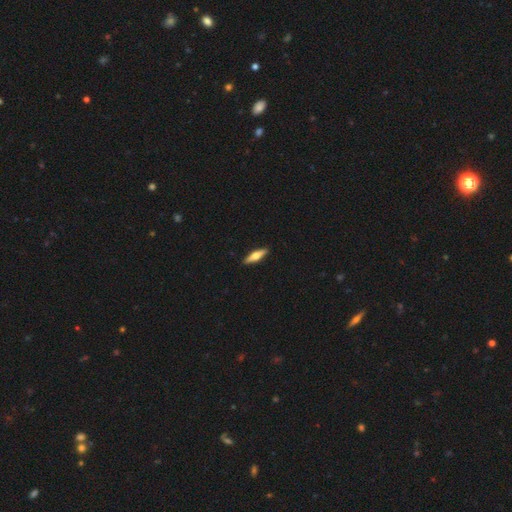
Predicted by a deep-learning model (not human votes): Overall: smooth (48%; featured or disk 46%). Merging: none (91%).